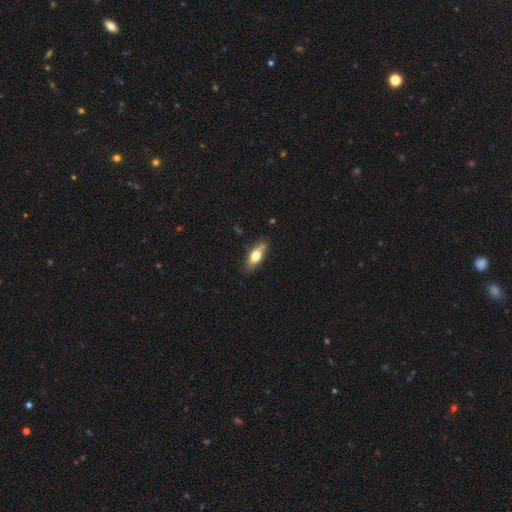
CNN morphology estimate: A smooth galaxy with no disk features (70%) that is in between round and cigar-shaped (74%). Merging: none (75%).